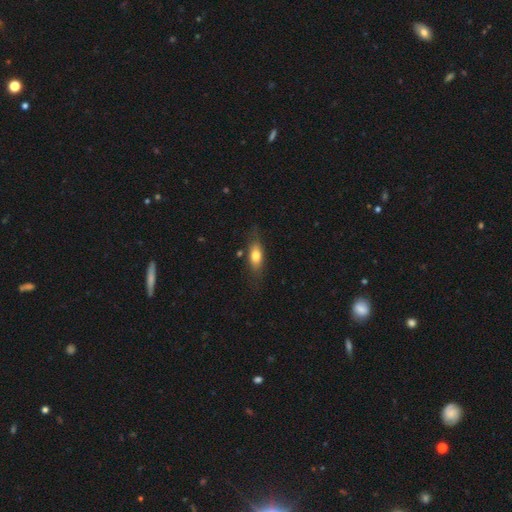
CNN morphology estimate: A smooth galaxy with no disk features (71%) that is in between round and cigar-shaped (71%).

Vote fractions:
- Smooth or featured? smooth: 71% / featured or disk: 21% / star or artifact: 7%
- How rounded? in between: 71% / cigar-shaped: 25% / round: 4%
- Merging? none: 73% / minor disturbance: 19% / major disturbance: 5% / merger: 3%